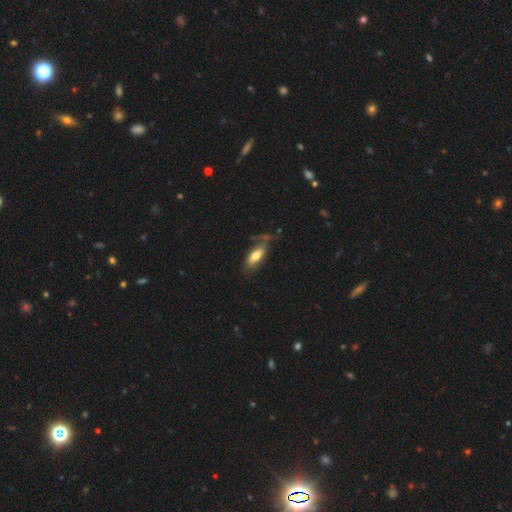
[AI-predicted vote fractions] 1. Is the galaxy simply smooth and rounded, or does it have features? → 64% smooth, 30% featured or disk, 7% star or artifact.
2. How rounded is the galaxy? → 75% in between, 22% cigar-shaped, 3% round.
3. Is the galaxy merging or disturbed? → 49% none, 26% minor disturbance, 18% major disturbance, 7% merger.